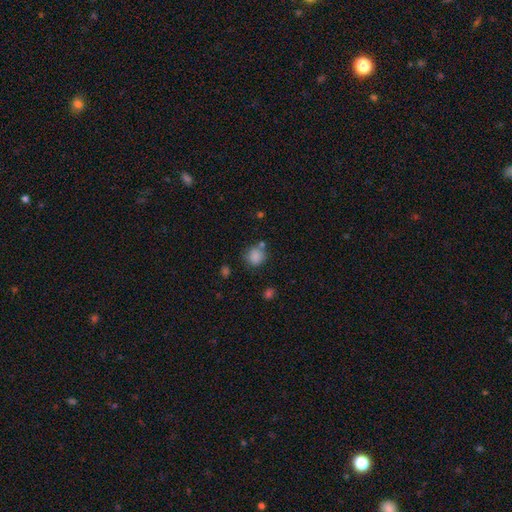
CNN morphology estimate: smooth 84%, star or artifact 11%, featured or disk 5%. Down the decision tree: how rounded — round (82%); merging — none (68%).